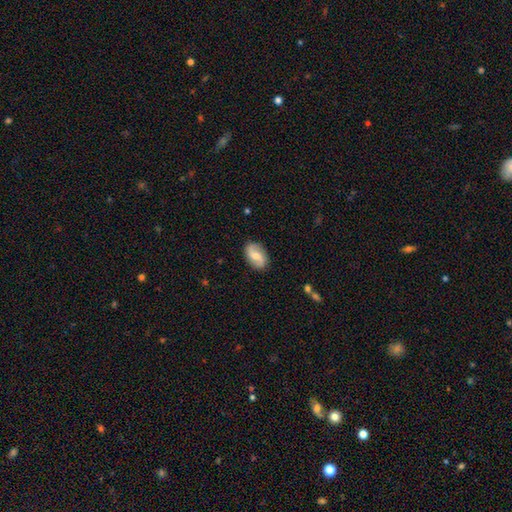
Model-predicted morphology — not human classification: A featured or disk galaxy (64%) with a weak bar (48%), 2 (91%) loose (59%) spiral arms (91%) and a moderate central bulge (54%). Merging: none (85%).